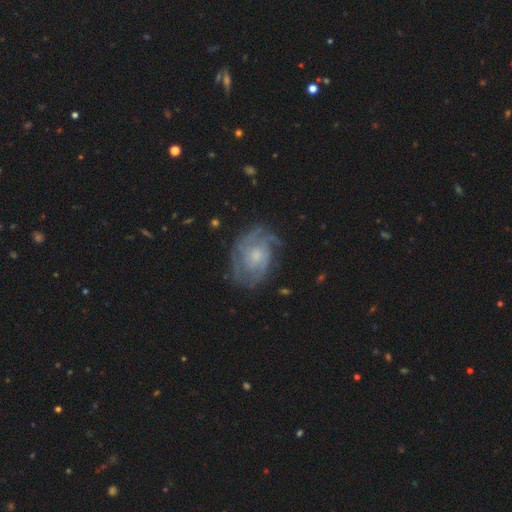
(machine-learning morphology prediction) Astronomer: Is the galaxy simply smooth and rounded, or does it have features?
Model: featured or disk — 82%.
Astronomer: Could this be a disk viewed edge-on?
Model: no — 97%.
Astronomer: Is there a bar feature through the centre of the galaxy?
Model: no — 68%.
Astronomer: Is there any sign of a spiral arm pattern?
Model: yes — 93%.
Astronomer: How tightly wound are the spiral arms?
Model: tight — 55% (runner-up: medium, 35%).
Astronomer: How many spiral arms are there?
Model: can't tell — 34% (runner-up: 3, 23%).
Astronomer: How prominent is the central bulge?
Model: small — 49% (runner-up: moderate, 38%).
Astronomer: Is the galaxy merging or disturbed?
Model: none — 68%.